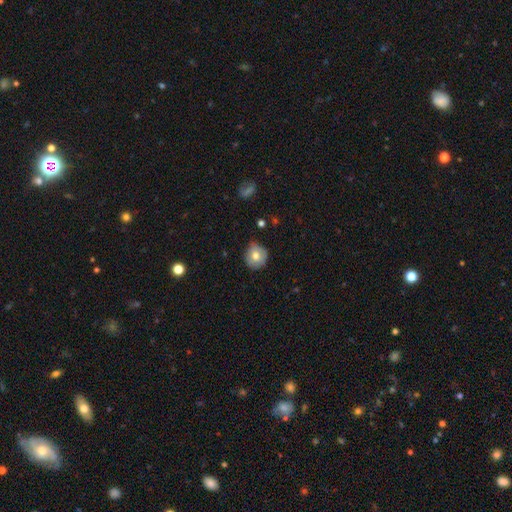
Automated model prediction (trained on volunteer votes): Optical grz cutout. It shows a smooth galaxy with no disk features (74%) that is round (89%). Merging: none (76%).